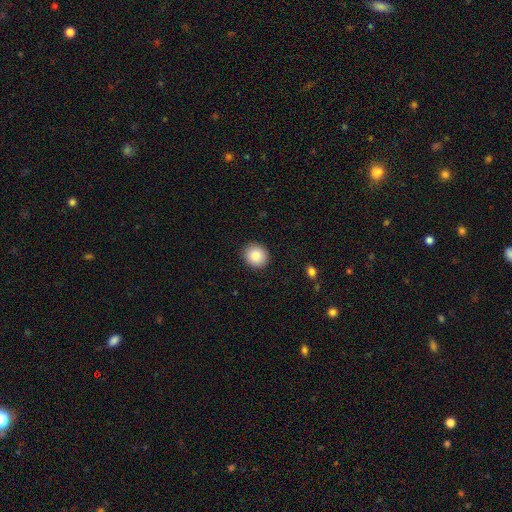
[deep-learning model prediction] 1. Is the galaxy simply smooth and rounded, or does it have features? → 85% smooth, 8% star or artifact, 6% featured or disk.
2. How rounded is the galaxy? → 83% round, 16% in between, 1% cigar-shaped.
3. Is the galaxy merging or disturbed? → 91% none, 6% minor disturbance, 2% major disturbance, 1% merger.